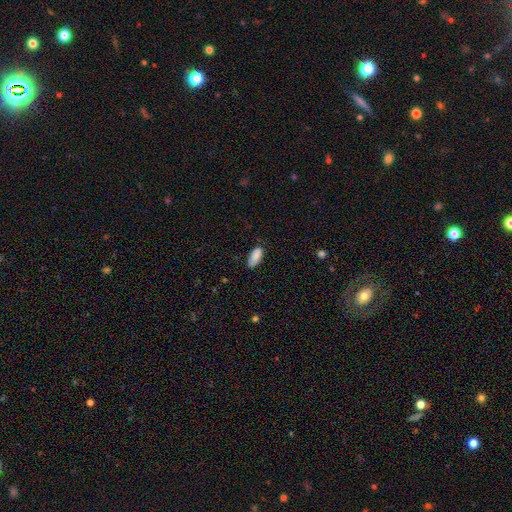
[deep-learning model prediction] A smooth galaxy with no disk features (87%) that is in between round and cigar-shaped (90%).

Vote fractions:
- Smooth or featured? smooth: 87% / star or artifact: 7% / featured or disk: 6%
- How rounded? in between: 90% / cigar-shaped: 8% / round: 2%
- Merging? none: 75% / minor disturbance: 20% / major disturbance: 4% / merger: 1%